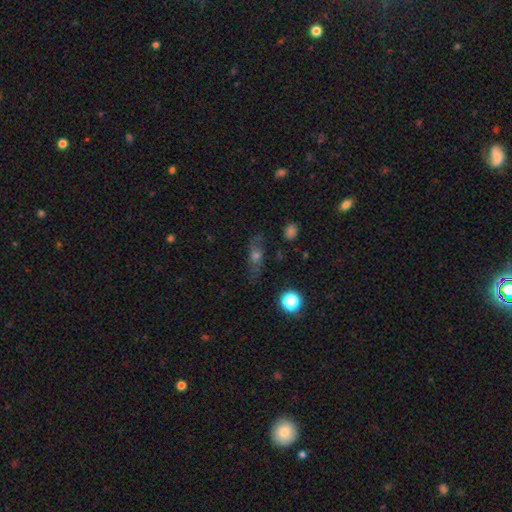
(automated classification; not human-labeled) Q: Smooth or featured?
A: smooth (46%); runner-up: featured or disk (36%)
Q: Merging?
A: none (75%); runner-up: minor disturbance (16%)